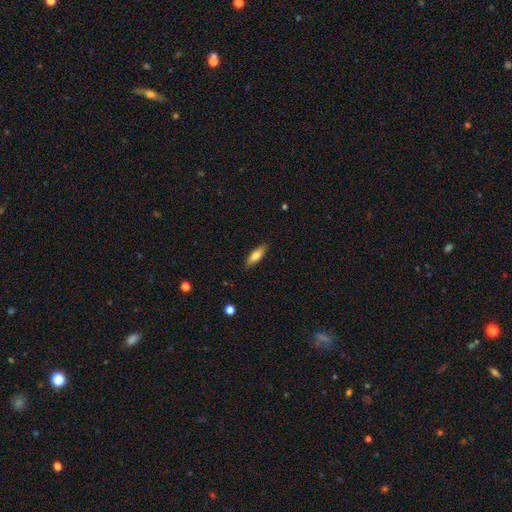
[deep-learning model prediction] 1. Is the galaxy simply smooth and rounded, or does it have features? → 74% smooth, 20% featured or disk, 6% star or artifact.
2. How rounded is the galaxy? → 50% cigar-shaped, 48% in between, 2% round.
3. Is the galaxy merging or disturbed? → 87% none, 10% minor disturbance, 2% major disturbance, 1% merger.